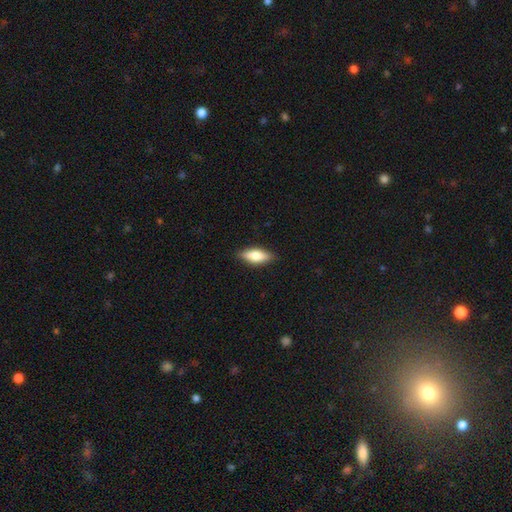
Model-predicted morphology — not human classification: smooth 70%, featured or disk 23%, star or artifact 7%. Down the decision tree: how rounded — in between (70%); merging — none (86%).